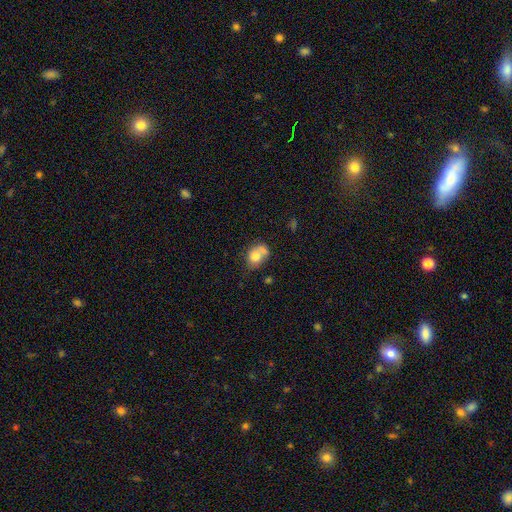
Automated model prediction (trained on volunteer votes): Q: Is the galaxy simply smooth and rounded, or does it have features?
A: smooth — 74%.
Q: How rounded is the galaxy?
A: in between — 50%.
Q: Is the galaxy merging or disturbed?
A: merger — 42%.